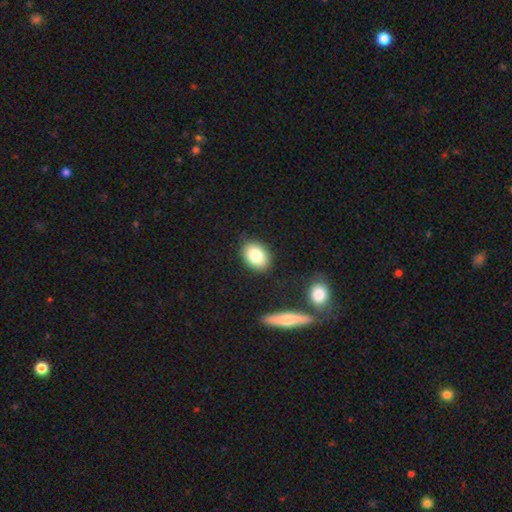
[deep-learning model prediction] smooth_or_featured: smooth (p=0.81) [alt: featured or disk p=0.11]
how_rounded: in between (p=0.71) [alt: round p=0.28]
merging: none (p=0.85) [alt: minor disturbance p=0.10]